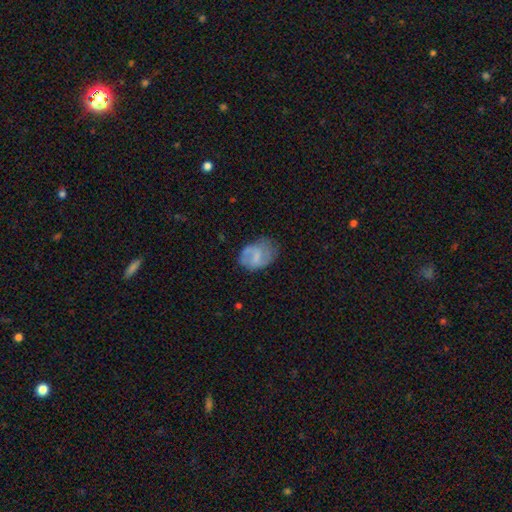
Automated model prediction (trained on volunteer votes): Smooth or featured: featured or disk — 47% (smooth — 45%)
Merging: none — 53% (minor disturbance — 30%)